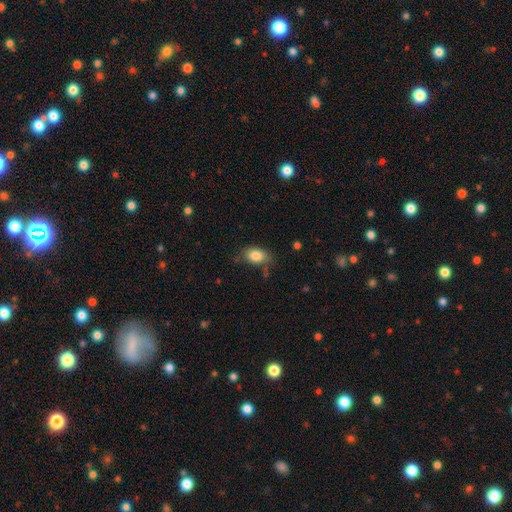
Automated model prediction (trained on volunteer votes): Morphology: type=smooth (83%); roundness=in between (83%); merging=none (69%).